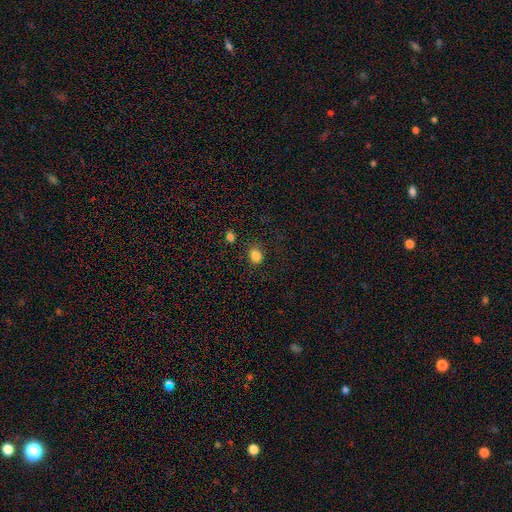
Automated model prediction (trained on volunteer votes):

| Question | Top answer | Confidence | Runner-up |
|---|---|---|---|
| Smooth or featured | smooth | 84% | star or artifact (11%) |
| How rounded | in between | 53% | round (46%) |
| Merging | none | 79% | minor disturbance (13%) |